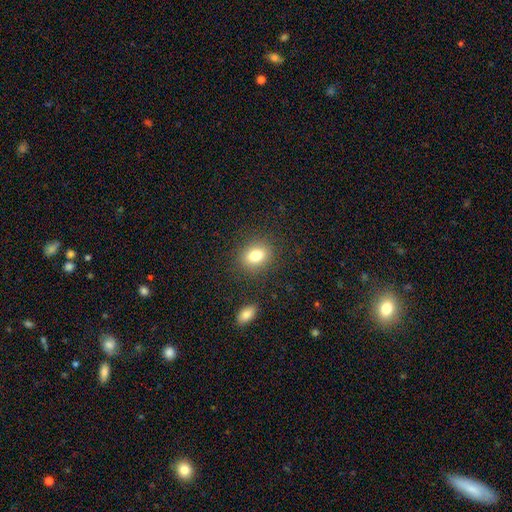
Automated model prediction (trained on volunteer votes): Morphology: type=smooth (81%); roundness=in between (51%); merging=none (85%).